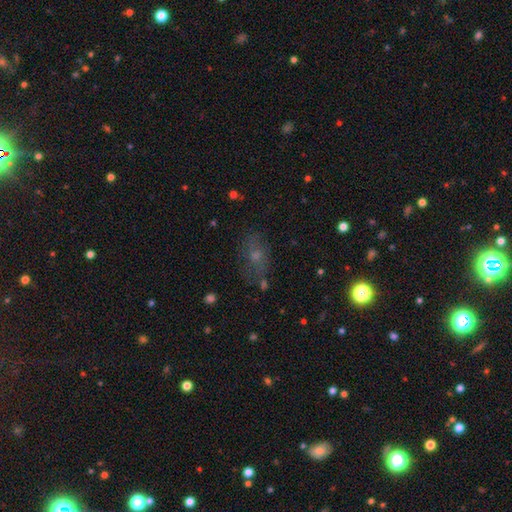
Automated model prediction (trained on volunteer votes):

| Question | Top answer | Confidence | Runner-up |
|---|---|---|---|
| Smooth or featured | smooth | 47% | featured or disk (28%) |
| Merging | none | 66% | minor disturbance (19%) |